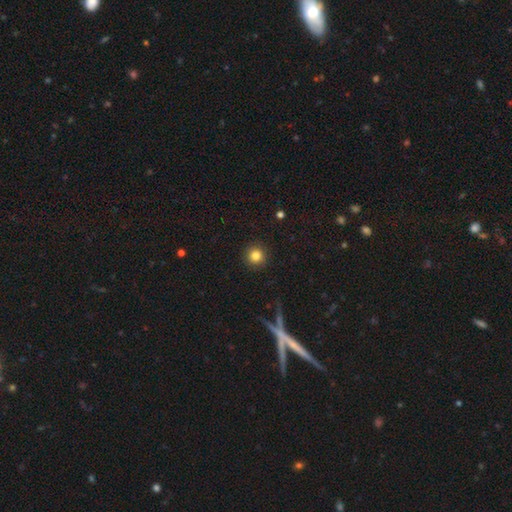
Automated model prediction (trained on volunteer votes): This appears to be a smooth galaxy with no disk features (83%) that is round (95%). Merging: none (92%).